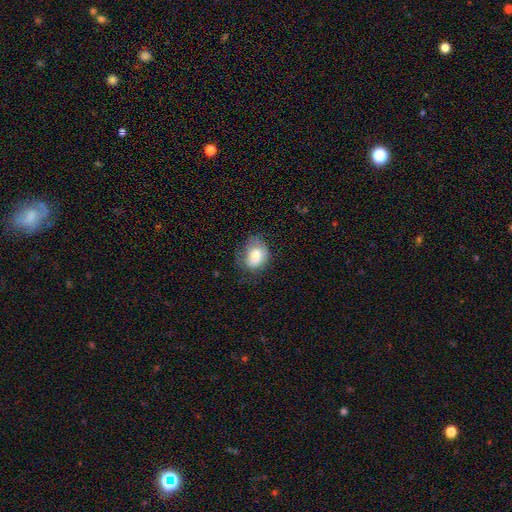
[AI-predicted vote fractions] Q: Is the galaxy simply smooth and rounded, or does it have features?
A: smooth — 74%.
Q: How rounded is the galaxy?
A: in between — 62%.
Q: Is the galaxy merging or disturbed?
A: none — 51%.